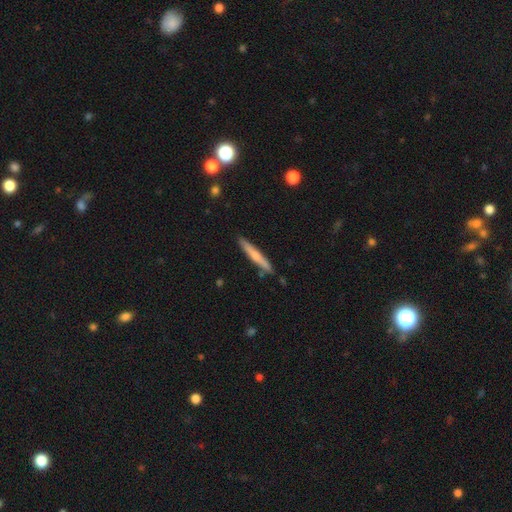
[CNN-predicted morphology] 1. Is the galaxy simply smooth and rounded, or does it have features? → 55% smooth, 39% featured or disk, 5% star or artifact.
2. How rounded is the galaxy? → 94% cigar-shaped, 4% in between, 1% round.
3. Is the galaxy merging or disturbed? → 86% none, 10% minor disturbance, 3% merger, 2% major disturbance.